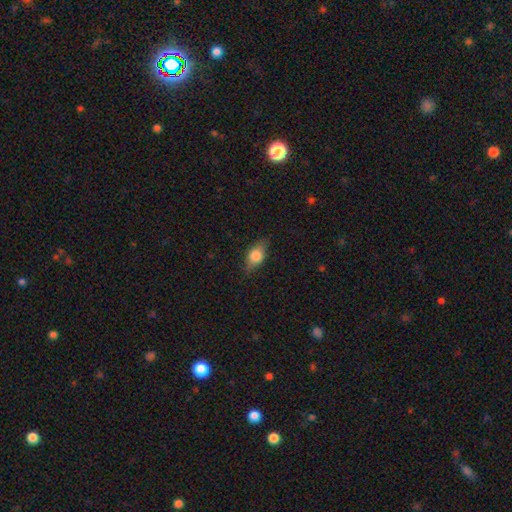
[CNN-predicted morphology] Smooth or featured? smooth (67%)
How rounded? in between (78%)
Merging? none (78%)